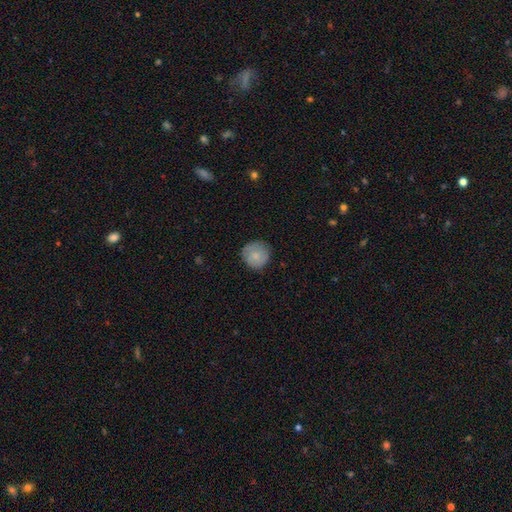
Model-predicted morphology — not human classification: A smooth galaxy with no disk features (78%) that is round (93%). Merging: none (79%).